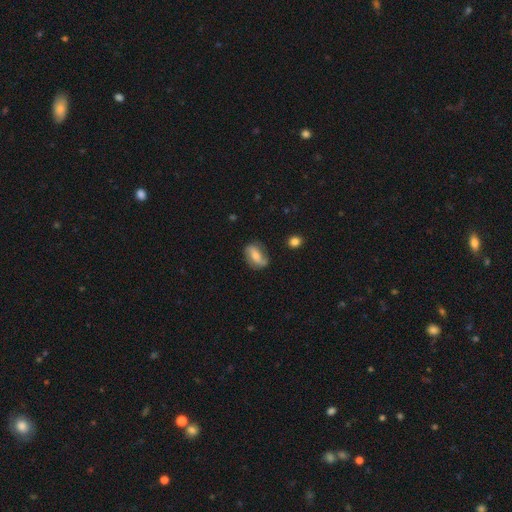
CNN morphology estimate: This is possibly a featured or disk galaxy (57%). It is clearly not viewed edge-on (91%). Bar: marginally strong (40%). Spiral arm pattern: clearly yes (82%). Central bulge: possibly moderate (50%). Merging: likely none (73%).